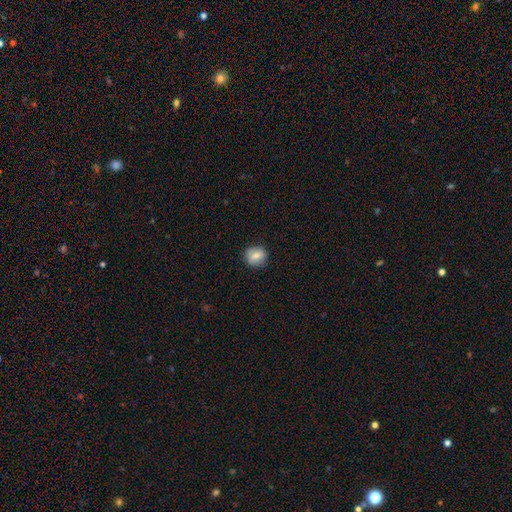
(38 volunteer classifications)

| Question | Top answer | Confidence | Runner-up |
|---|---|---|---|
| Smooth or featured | smooth | 89% | star or artifact (8%) |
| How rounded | round | 82% | in between (15%) |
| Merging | none | 80% | minor disturbance (17%) |